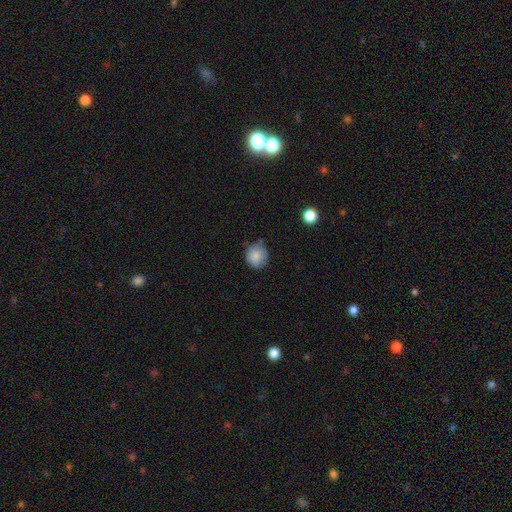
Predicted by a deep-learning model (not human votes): Smooth or featured?
  - smooth: 83% *
  - featured or disk: 9%
  - star or artifact: 8%
How rounded?
  - round: 87% *
  - in between: 12%
  - cigar-shaped: 1%
Merging?
  - none: 69% *
  - minor disturbance: 25%
  - major disturbance: 4%
  - merger: 2%